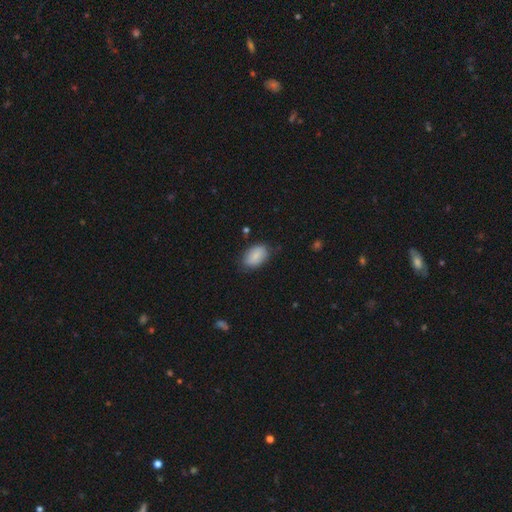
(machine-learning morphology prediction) This appears to be a smooth galaxy with no disk features (81%) that is in between round and cigar-shaped (90%). Merging: none (76%).